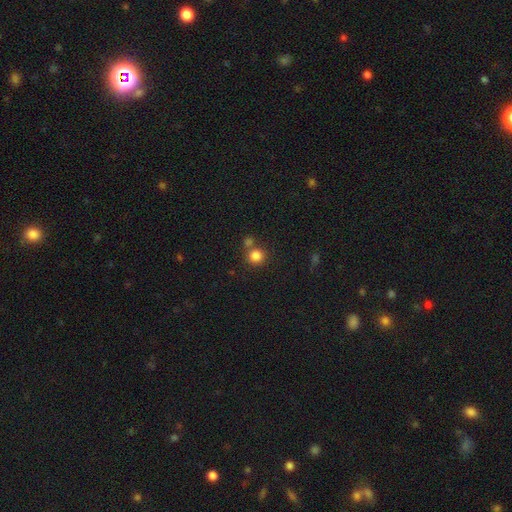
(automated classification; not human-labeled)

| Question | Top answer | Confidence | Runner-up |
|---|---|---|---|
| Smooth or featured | smooth | 83% | star or artifact (12%) |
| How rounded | round | 92% | in between (7%) |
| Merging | none | 67% | merger (21%) |